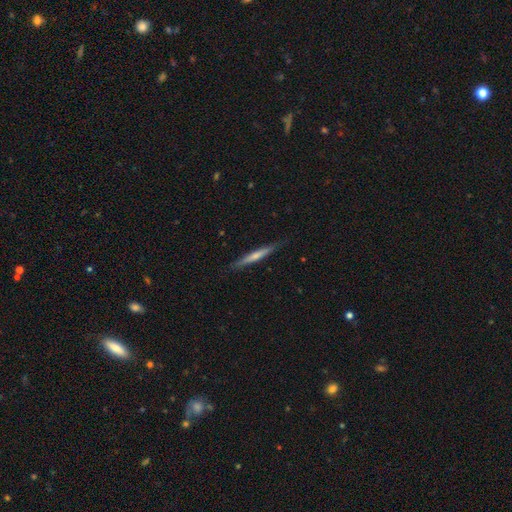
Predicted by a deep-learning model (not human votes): Overall: smooth (51%; featured or disk 44%). How rounded: cigar-shaped (95%). Merging: none (85%).